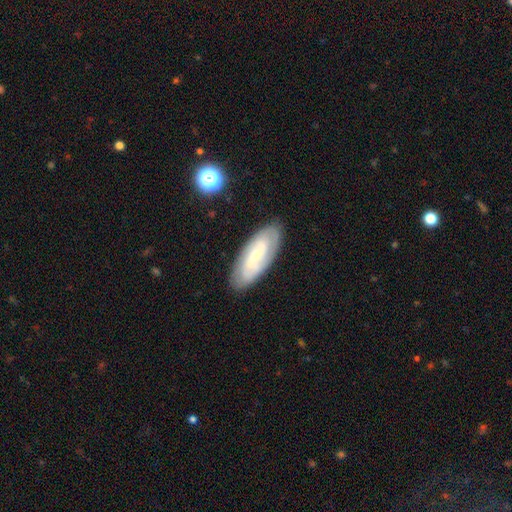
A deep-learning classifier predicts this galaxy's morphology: smooth_or_featured: featured or disk (p=0.66) [alt: smooth p=0.28]
disk_edge_on: no (p=0.90) [alt: yes p=0.10]
bar: weak (p=0.43) [alt: no p=0.42]
has_spiral_arms: yes (p=0.88) [alt: no p=0.12]
spiral_winding: tight (p=0.50) [alt: medium p=0.36]
spiral_arm_count: 2 (p=0.53) [alt: can't tell p=0.33]
bulge_size: small (p=0.68) [alt: moderate p=0.22]
merging: none (p=0.83) [alt: minor disturbance p=0.12]